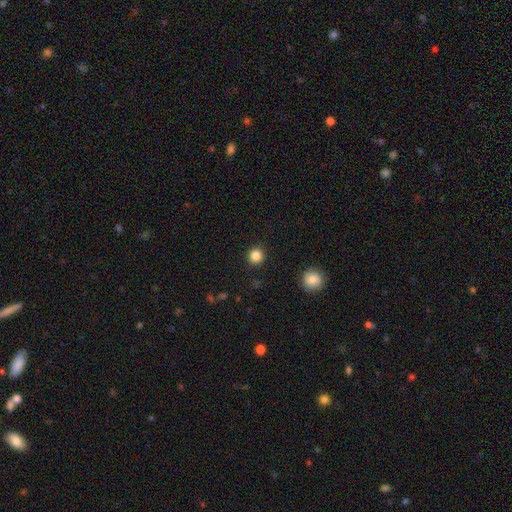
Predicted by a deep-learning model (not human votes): Smooth or featured? smooth (84%)
How rounded? round (94%)
Merging? none (92%)